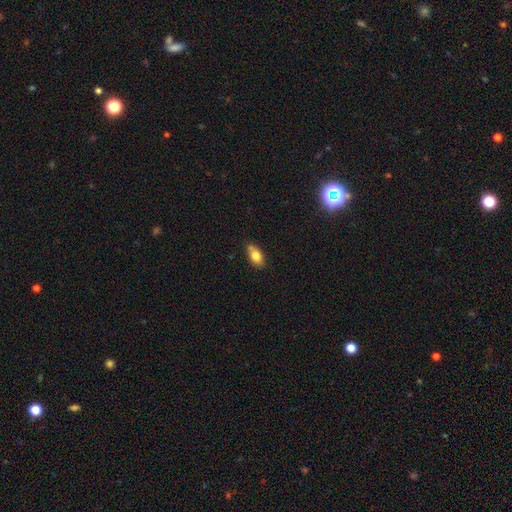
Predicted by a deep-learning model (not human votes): The model was most divided on "merging": none: 76%, minor disturbance: 18%, merger: 3%, major disturbance: 3%. More confident: how rounded — in between (89%); smooth or featured — smooth (78%).